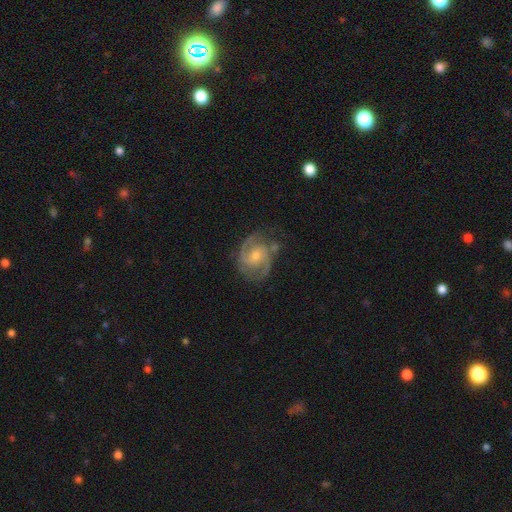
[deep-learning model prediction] Smooth or featured?
  - featured or disk: 87% *
  - smooth: 8%
  - star or artifact: 5%
Edge-on disk?
  - no: 98% *
  - yes: 2%
Bar?
  - no: 53% *
  - weak: 40%
  - strong: 8%
Spiral arms?
  - yes: 97% *
  - no: 3%
Spiral winding?
  - medium: 54% *
  - tight: 34%
  - loose: 12%
Spiral arm count?
  - 2: 82% *
  - 3: 8%
  - can't tell: 5%
  - 1: 2%
  - 4: 2%
  - more than 4: 2%
Bulge size?
  - small: 49% *
  - moderate: 47%
  - large: 2%
  - none: 2%
  - dominant: 1%
Merging?
  - none: 67% *
  - minor disturbance: 20%
  - major disturbance: 8%
  - merger: 5%